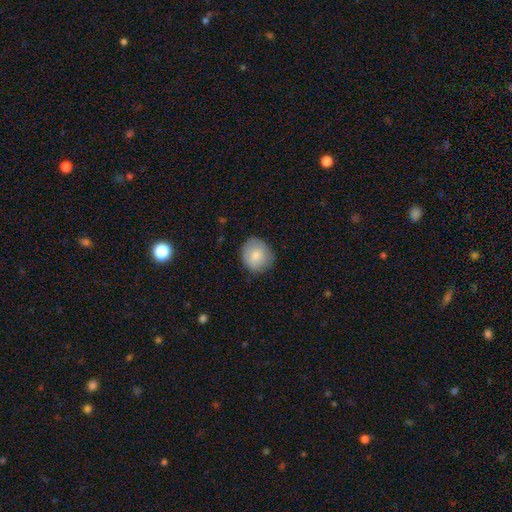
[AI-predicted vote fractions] Smooth or featured: smooth — 81% (featured or disk — 12%)
How rounded: round — 82% (in between — 17%)
Merging: none — 80% (minor disturbance — 16%)